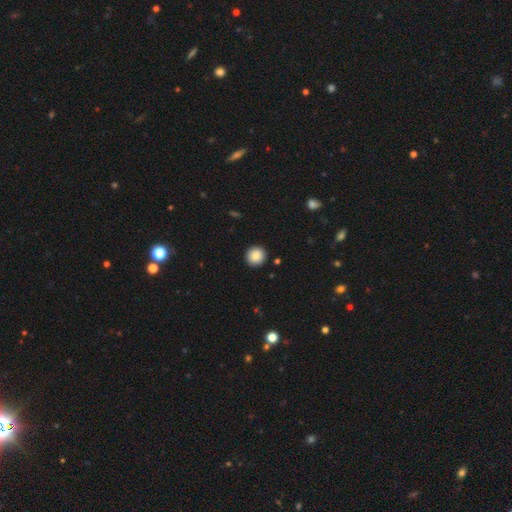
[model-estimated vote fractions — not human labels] Smooth or featured?
  - smooth: 86% *
  - star or artifact: 8%
  - featured or disk: 6%
How rounded?
  - round: 94% *
  - in between: 5%
  - cigar-shaped: 1%
Merging?
  - none: 93% *
  - minor disturbance: 5%
  - major disturbance: 1%
  - merger: 1%